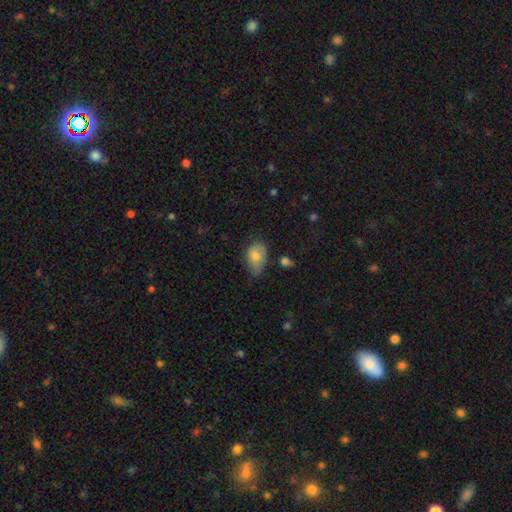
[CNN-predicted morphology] Smooth or featured: smooth — 78% (featured or disk — 15%)
How rounded: in between — 84% (round — 15%)
Merging: none — 43% (minor disturbance — 41%)